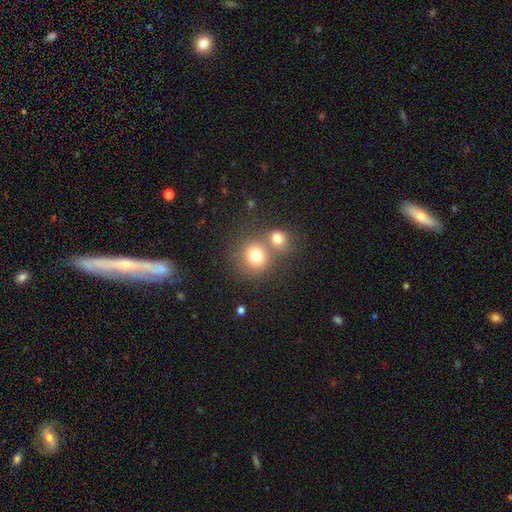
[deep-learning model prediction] Morphology: type=smooth (76%); roundness=round (85%); merging=none (51%).